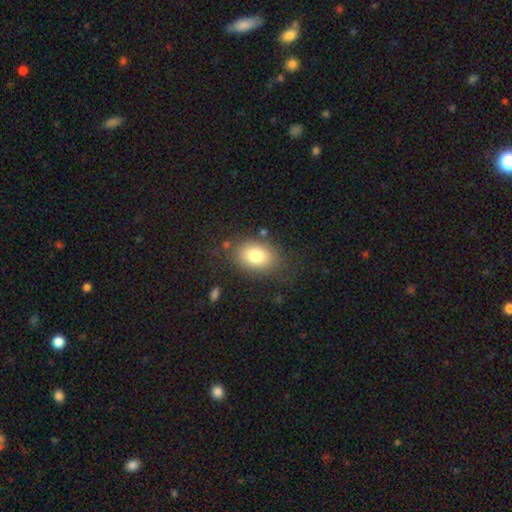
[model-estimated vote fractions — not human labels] Morphology: type=smooth (78%); roundness=in between (76%); merging=none (77%).